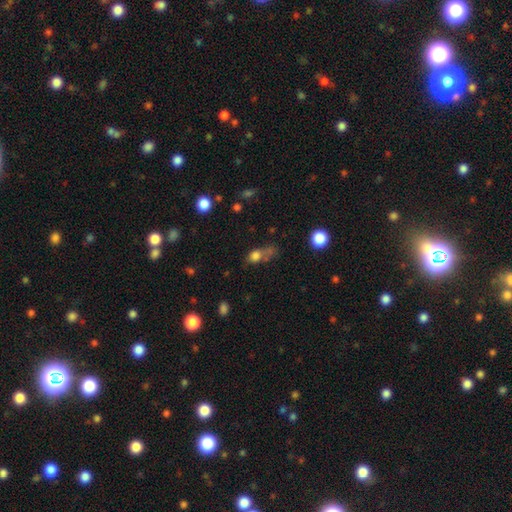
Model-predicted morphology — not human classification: This is likely a smooth galaxy (73%). How rounded: possibly in between (53%). Merging: marginally none (33%).